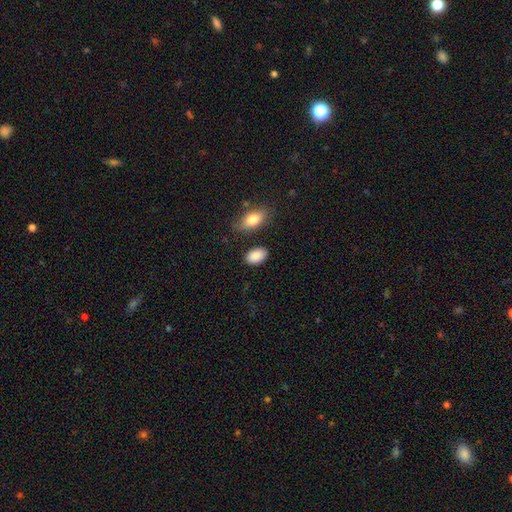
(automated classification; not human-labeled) A smooth galaxy with no disk features (89%) that is in between round and cigar-shaped (91%).

Vote fractions:
- Smooth or featured? smooth: 89% / star or artifact: 7% / featured or disk: 5%
- How rounded? in between: 91% / round: 8% / cigar-shaped: 2%
- Merging? none: 82% / minor disturbance: 11% / merger: 3% / major disturbance: 3%